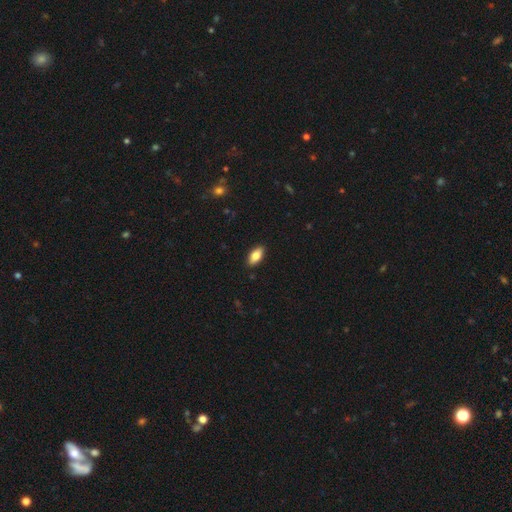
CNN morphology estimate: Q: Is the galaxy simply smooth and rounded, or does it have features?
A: smooth — 83%.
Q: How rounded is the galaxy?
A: in between — 90%.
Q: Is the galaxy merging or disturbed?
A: none — 89%.